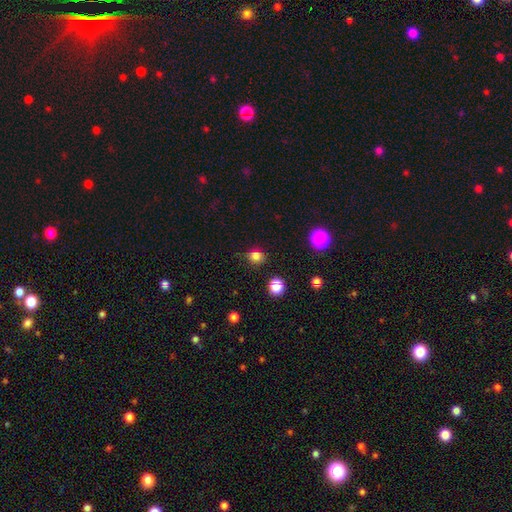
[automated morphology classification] A smooth galaxy with no disk features (79%) that is round (72%).

Vote fractions:
- Smooth or featured? smooth: 79% / star or artifact: 16% / featured or disk: 5%
- How rounded? round: 72% / in between: 27% / cigar-shaped: 1%
- Merging? none: 77% / minor disturbance: 15% / major disturbance: 4% / merger: 4%